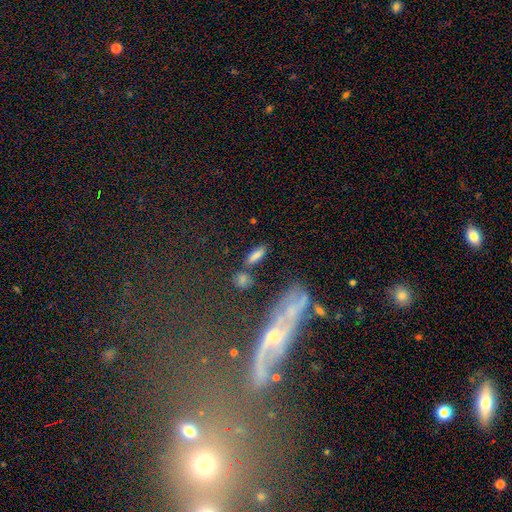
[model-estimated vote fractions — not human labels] Smooth or featured?
  - smooth: 79% *
  - featured or disk: 11%
  - star or artifact: 10%
How rounded?
  - in between: 56% *
  - cigar-shaped: 40%
  - round: 4%
Merging?
  - none: 70% *
  - minor disturbance: 15%
  - merger: 10%
  - major disturbance: 6%